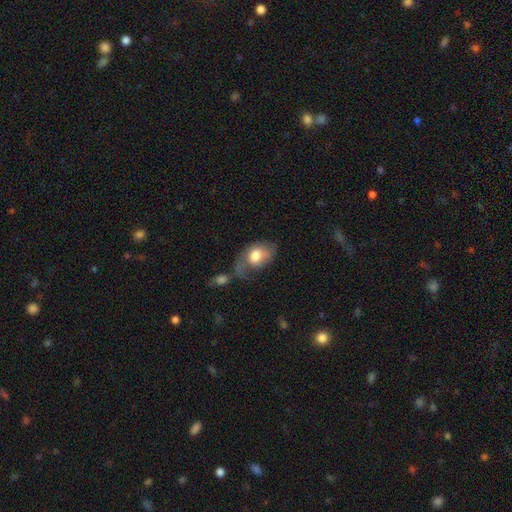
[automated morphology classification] A smooth galaxy with no disk features (68%) that is in between round and cigar-shaped (82%). Merging: none (28%).